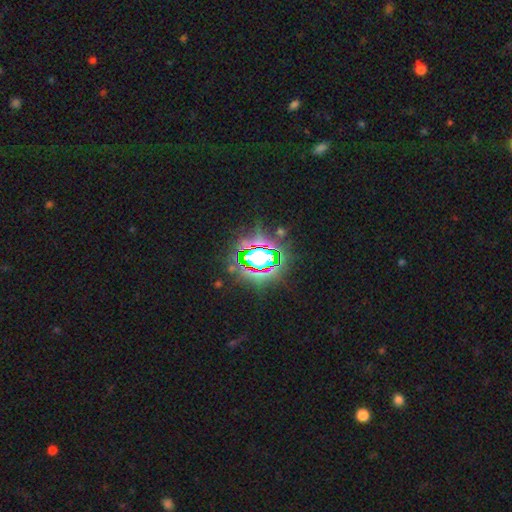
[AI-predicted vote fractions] This appears to be a star or artifact, not a galaxy (76%).